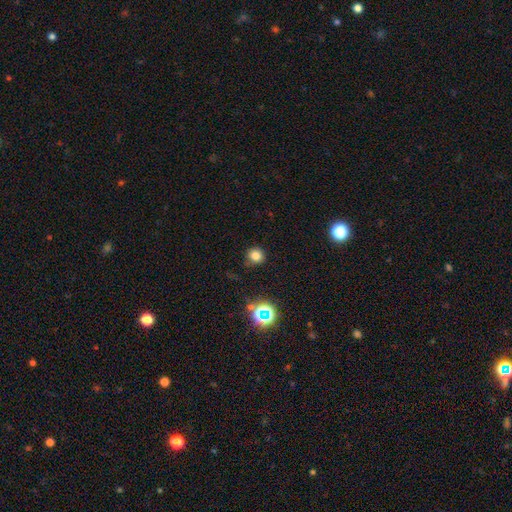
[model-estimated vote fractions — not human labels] Overall: smooth (76%). How rounded: round (86%). Merging: none (81%).